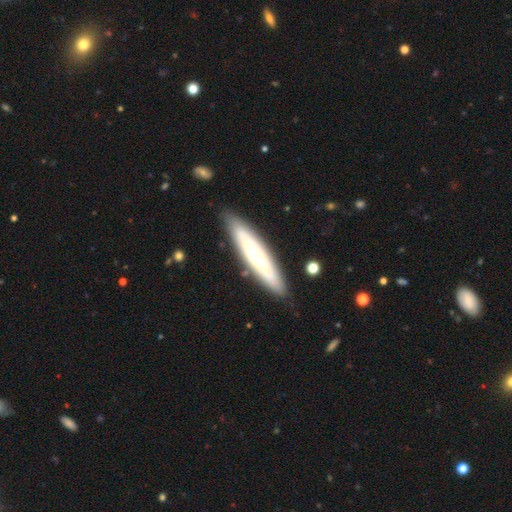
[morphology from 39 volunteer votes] Q: Smooth or featured?
A: smooth (56%); runner-up: featured or disk (41%)
Q: How rounded?
A: cigar-shaped (82%); runner-up: in between (18%)
Q: Merging?
A: none (82%); runner-up: minor disturbance (16%)